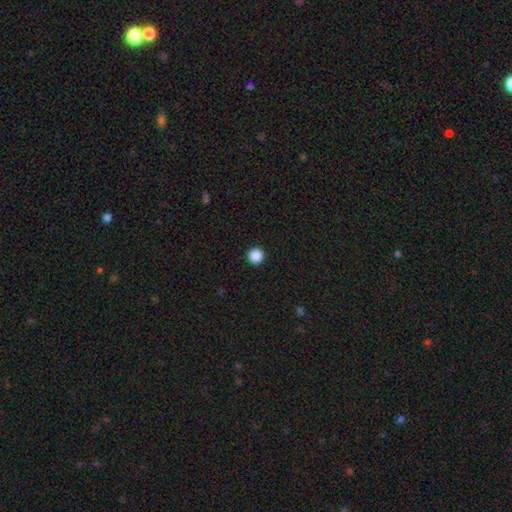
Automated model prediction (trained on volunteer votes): Smooth or featured: smooth — 88% (star or artifact — 10%)
How rounded: round — 96% (in between — 3%)
Merging: none — 94% (minor disturbance — 4%)